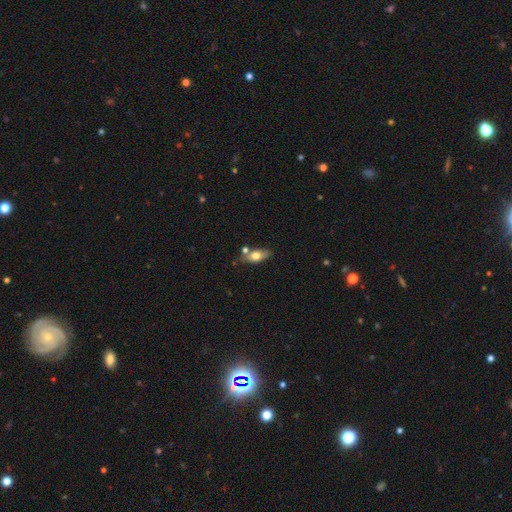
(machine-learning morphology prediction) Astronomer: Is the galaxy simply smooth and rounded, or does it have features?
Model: smooth — 66%.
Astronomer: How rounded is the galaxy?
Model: in between — 80%.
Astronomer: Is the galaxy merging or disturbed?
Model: none — 66%.